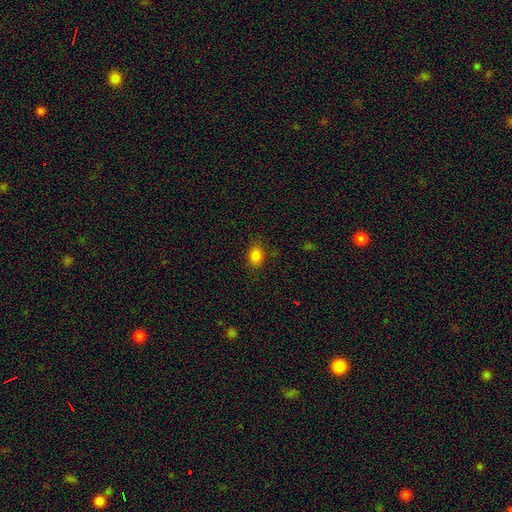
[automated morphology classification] Q: Smooth or featured?
A: smooth (82%); runner-up: star or artifact (12%)
Q: How rounded?
A: in between (65%); runner-up: round (34%)
Q: Merging?
A: none (82%); runner-up: minor disturbance (13%)